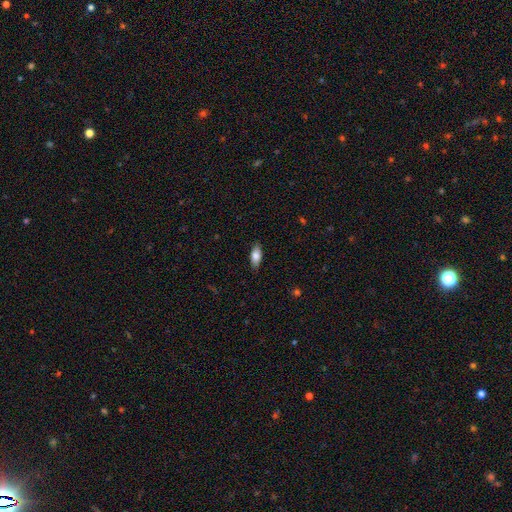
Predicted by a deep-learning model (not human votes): Morphology: type=smooth (81%); roundness=in between (83%); merging=none (86%).